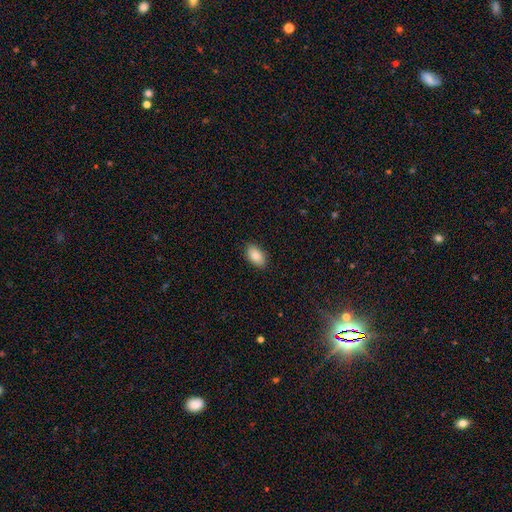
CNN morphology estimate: This is clearly a smooth galaxy (84%). How rounded: clearly in between (93%). Merging: clearly none (88%).